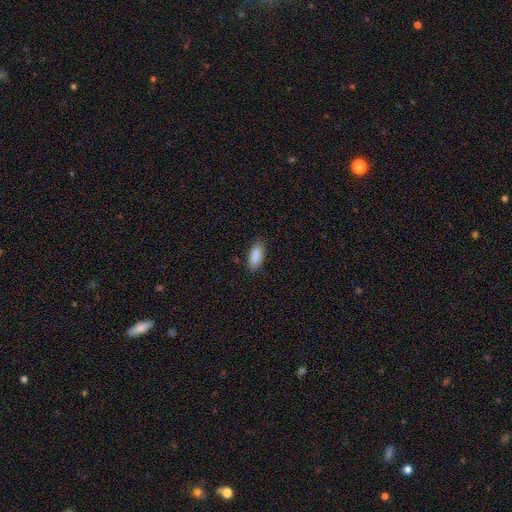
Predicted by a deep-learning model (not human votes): smooth-or-featured: smooth: 90% | star or artifact: 6% | featured or disk: 4%
  how-rounded: in between: 86% | cigar-shaped: 12% | round: 2%
  merging: none: 86% | minor disturbance: 11% | major disturbance: 2% | merger: 1%